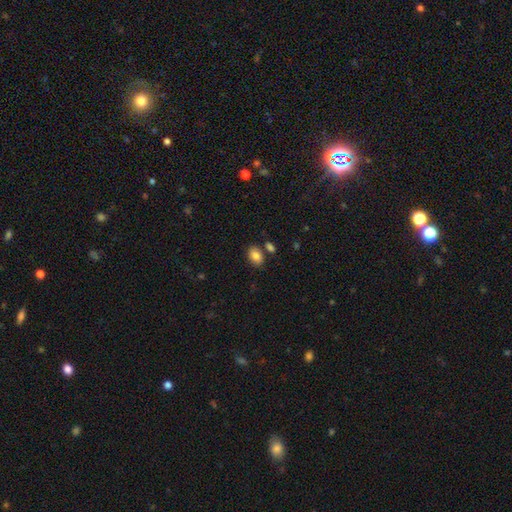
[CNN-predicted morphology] Smooth or featured? Predicted: smooth (p=0.85). How rounded? Predicted: in between (p=0.83). Merging? Predicted: none (p=0.75).